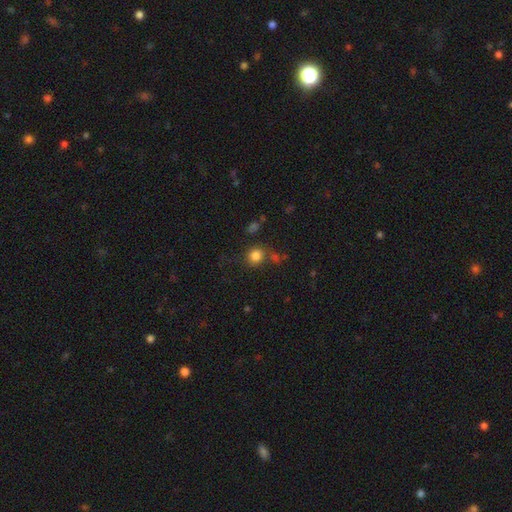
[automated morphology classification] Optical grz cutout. It shows a smooth galaxy with no disk features (82%) that is round (83%). Merging: none (73%).